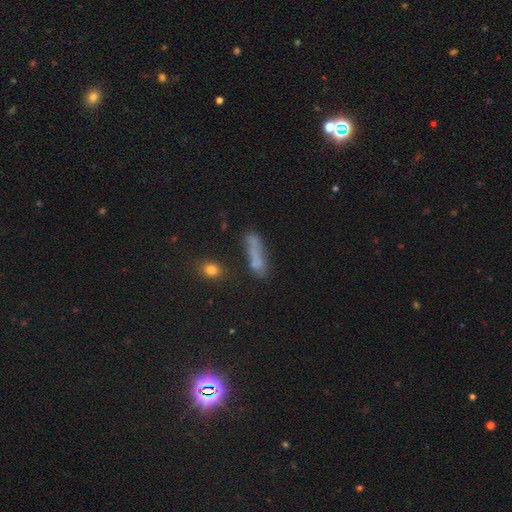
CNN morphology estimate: smooth 61%, featured or disk 20%, star or artifact 19%. Down the decision tree: how rounded — cigar-shaped (70%); merging — none (50%).